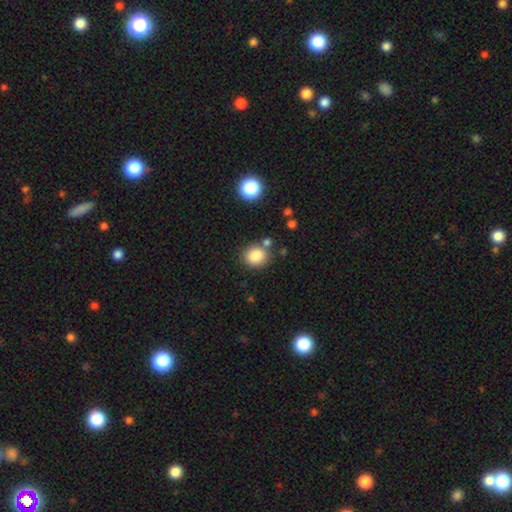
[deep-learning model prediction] Overall: smooth (84%). How rounded: round (75%). Merging: none (75%).